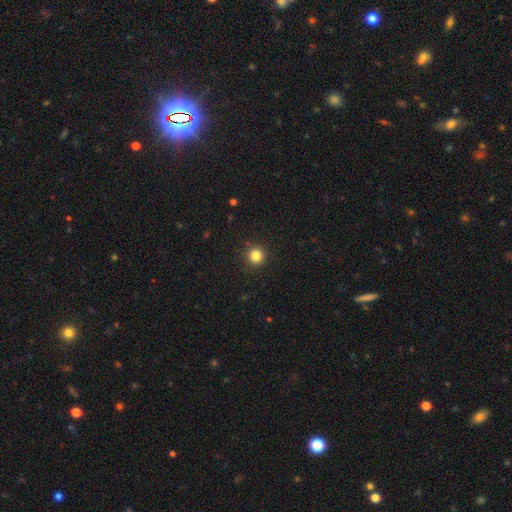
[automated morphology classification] The model was most divided on "smooth or featured": smooth: 83%, star or artifact: 12%, featured or disk: 4%. More confident: how rounded — round (95%); merging — none (92%).